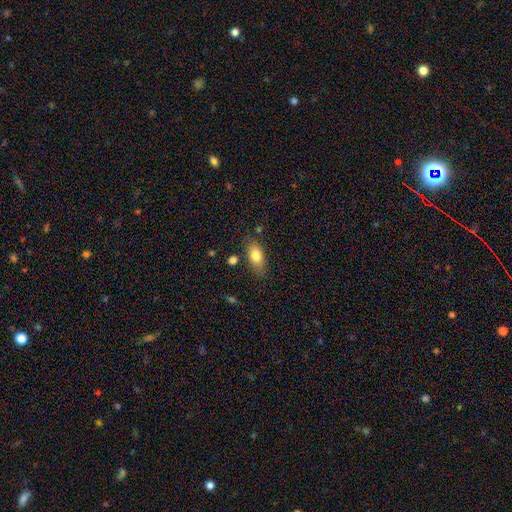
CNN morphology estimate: Smooth or featured: smooth — 75% (featured or disk — 17%)
How rounded: in between — 82% (cigar-shaped — 12%)
Merging: none — 77% (minor disturbance — 16%)